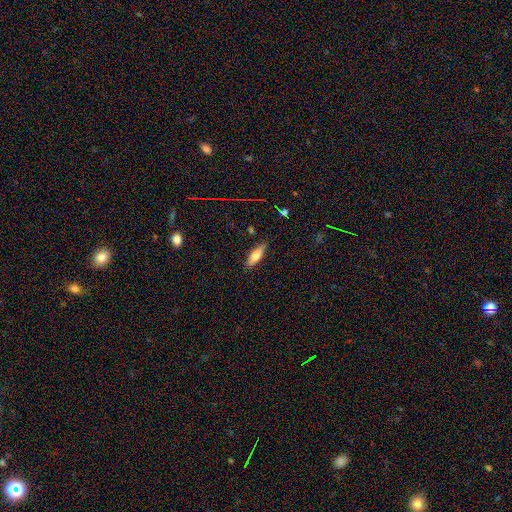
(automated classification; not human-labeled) Smooth or featured: smooth — 71% (featured or disk — 22%)
How rounded: in between — 58% (cigar-shaped — 39%)
Merging: none — 84% (minor disturbance — 12%)